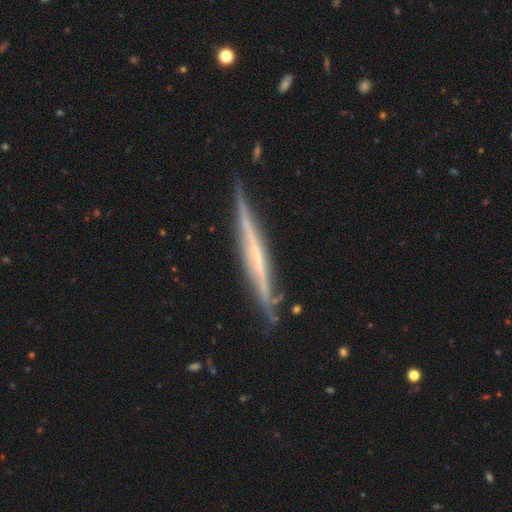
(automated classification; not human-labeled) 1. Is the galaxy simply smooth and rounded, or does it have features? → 71% featured or disk, 24% smooth, 6% star or artifact.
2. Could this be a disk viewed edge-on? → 96% yes, 4% no.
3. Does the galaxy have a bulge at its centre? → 76% none, 15% rounded, 9% boxy.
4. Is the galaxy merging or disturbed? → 79% none, 17% minor disturbance, 3% major disturbance, 2% merger.